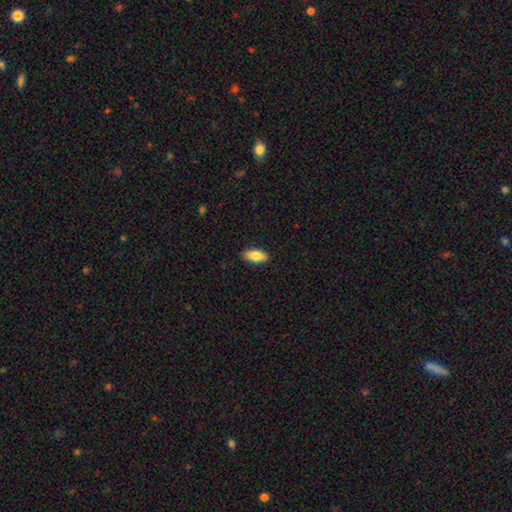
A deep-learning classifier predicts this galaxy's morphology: smooth-or-featured: smooth: 82% | featured or disk: 12% | star or artifact: 6%
  how-rounded: in between: 86% | cigar-shaped: 12% | round: 2%
  merging: none: 90% | minor disturbance: 8% | major disturbance: 2% | merger: 1%